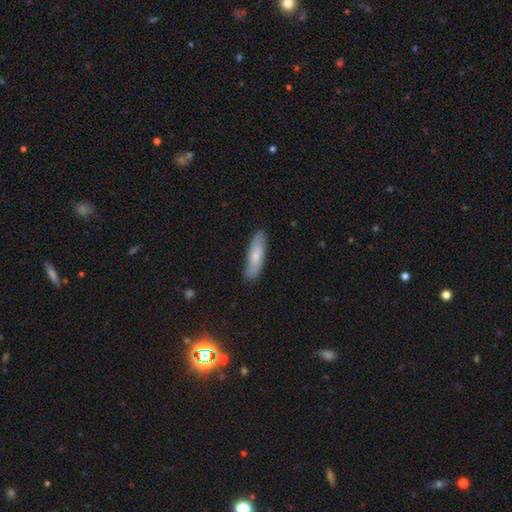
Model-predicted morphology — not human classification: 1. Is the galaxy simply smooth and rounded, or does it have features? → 68% smooth, 26% featured or disk, 6% star or artifact.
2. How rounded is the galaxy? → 63% cigar-shaped, 35% in between, 2% round.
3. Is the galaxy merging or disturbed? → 83% none, 13% minor disturbance, 2% major disturbance, 1% merger.